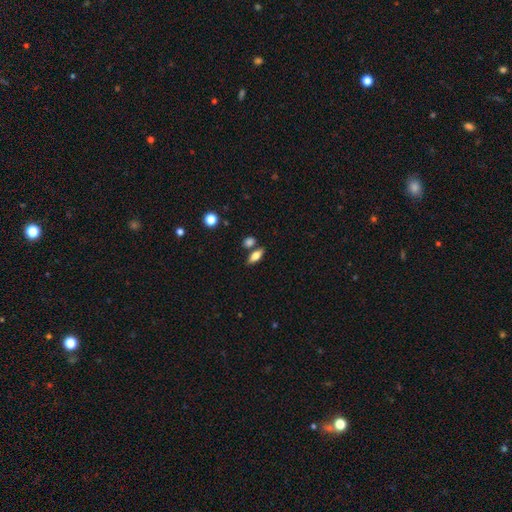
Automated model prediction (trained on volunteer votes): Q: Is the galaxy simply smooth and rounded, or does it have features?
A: smooth — 63%.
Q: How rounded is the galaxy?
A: in between — 71%.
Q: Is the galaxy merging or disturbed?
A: none — 74%.